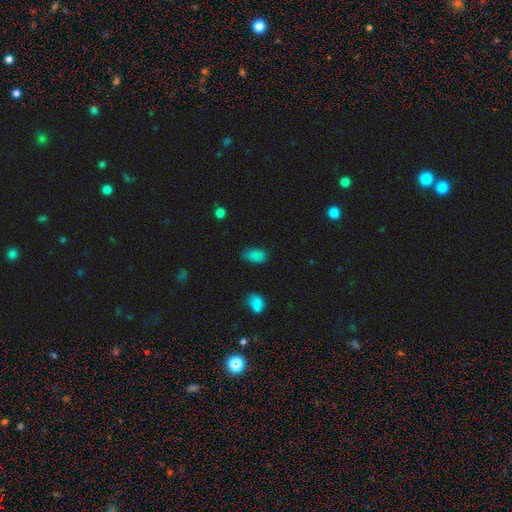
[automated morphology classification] Smooth or featured? Predicted: smooth (p=0.83). How rounded? Predicted: in between (p=0.91). Merging? Predicted: none (p=0.70).